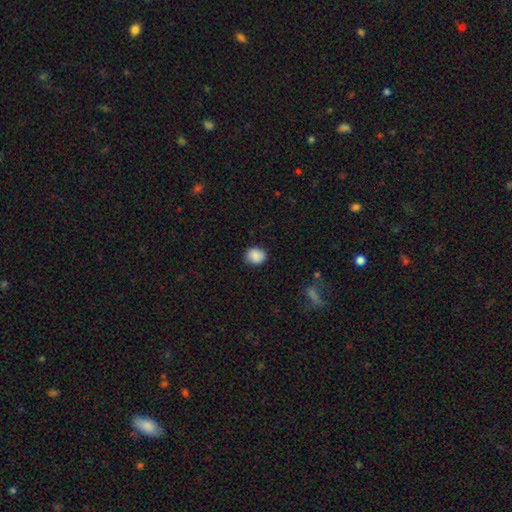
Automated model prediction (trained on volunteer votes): Q: Smooth or featured?
A: smooth (87%); runner-up: star or artifact (8%)
Q: How rounded?
A: round (70%); runner-up: in between (29%)
Q: Merging?
A: none (85%); runner-up: minor disturbance (11%)